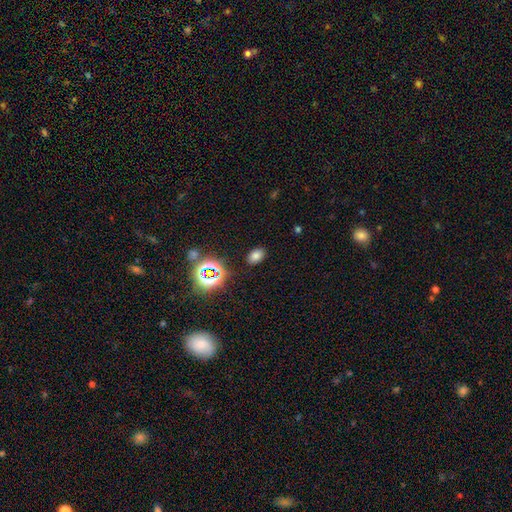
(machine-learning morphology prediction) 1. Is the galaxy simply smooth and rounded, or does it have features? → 72% smooth, 22% star or artifact, 6% featured or disk.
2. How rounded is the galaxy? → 84% in between, 15% round, 1% cigar-shaped.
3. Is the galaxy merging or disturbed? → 86% none, 9% minor disturbance, 3% major disturbance, 2% merger.